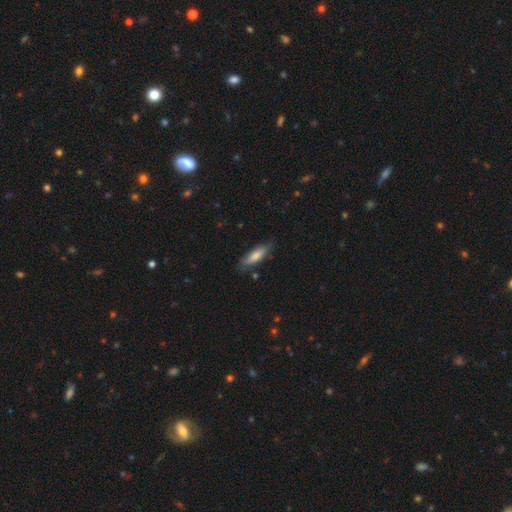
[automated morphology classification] Smooth or featured?
  - smooth: 74% *
  - featured or disk: 20%
  - star or artifact: 6%
How rounded?
  - cigar-shaped: 54% *
  - in between: 45%
  - round: 2%
Merging?
  - none: 74% *
  - minor disturbance: 20%
  - major disturbance: 4%
  - merger: 2%